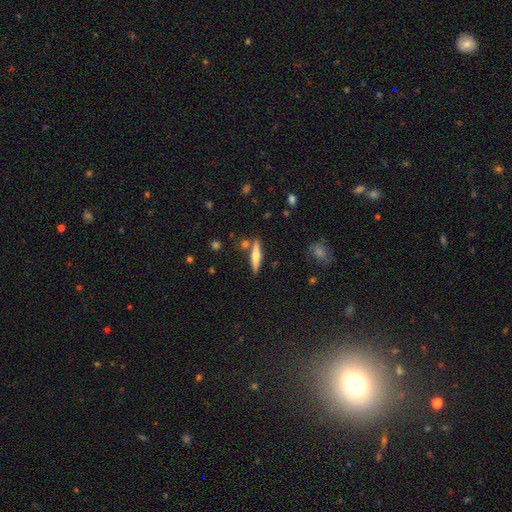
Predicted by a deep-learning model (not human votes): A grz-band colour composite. It shows a featured or disk galaxy (48%). Merging: none (82%).